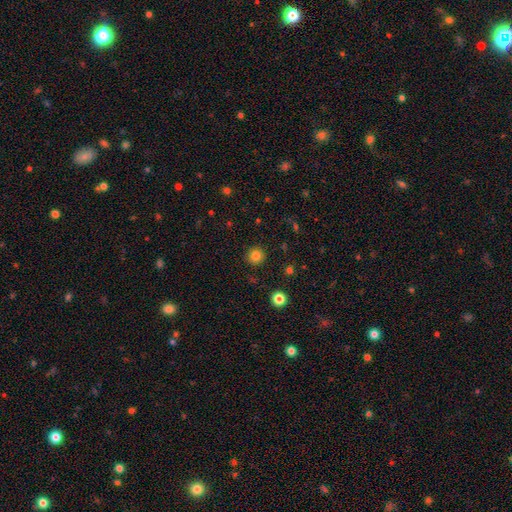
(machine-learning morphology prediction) Smooth or featured?
  - smooth: 82% *
  - star or artifact: 13%
  - featured or disk: 5%
How rounded?
  - round: 95% *
  - in between: 5%
  - cigar-shaped: 1%
Merging?
  - none: 91% *
  - minor disturbance: 6%
  - major disturbance: 2%
  - merger: 1%